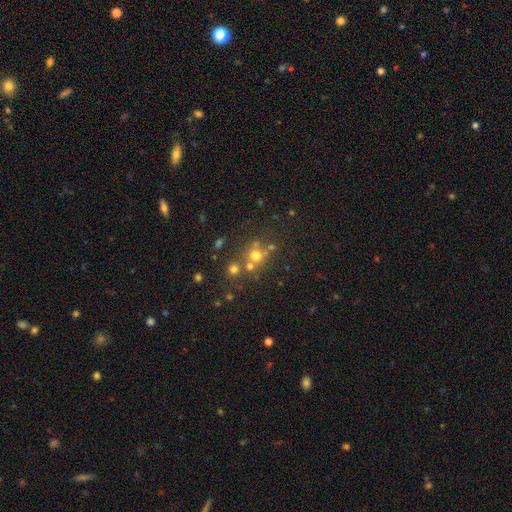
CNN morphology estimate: Smooth or featured?
  - smooth: 62% *
  - star or artifact: 22%
  - featured or disk: 16%
How rounded?
  - round: 86% *
  - in between: 13%
  - cigar-shaped: 1%
Merging?
  - none: 57% *
  - merger: 29%
  - minor disturbance: 9%
  - major disturbance: 4%